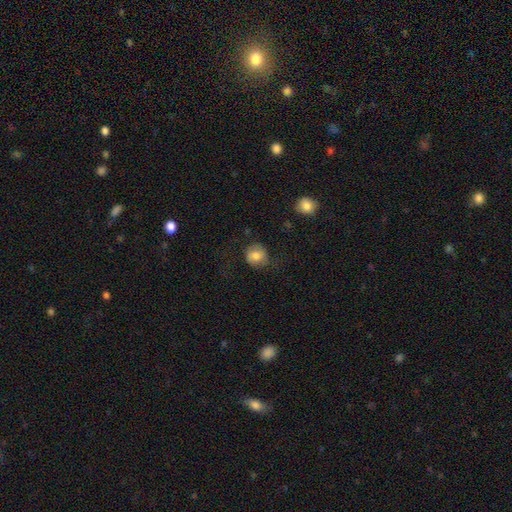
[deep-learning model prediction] Smooth or featured?
  - smooth: 76% *
  - featured or disk: 15%
  - star or artifact: 9%
How rounded?
  - round: 81% *
  - in between: 18%
  - cigar-shaped: 1%
Merging?
  - none: 68% *
  - minor disturbance: 20%
  - major disturbance: 10%
  - merger: 2%